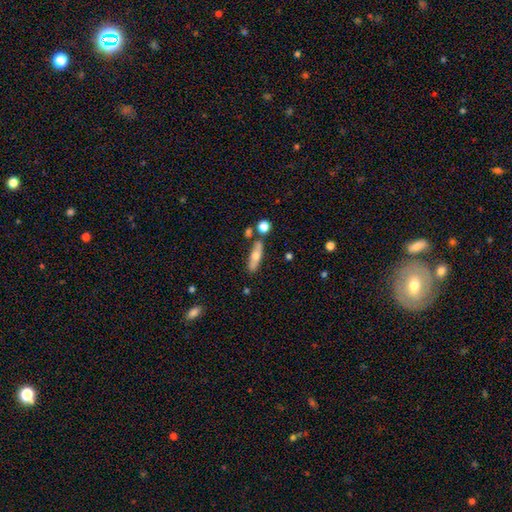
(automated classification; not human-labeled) smooth_or_featured: smooth (p=0.58) [alt: featured or disk p=0.36]
how_rounded: cigar-shaped (p=0.59) [alt: in between p=0.37]
merging: none (p=0.73) [alt: minor disturbance p=0.13]